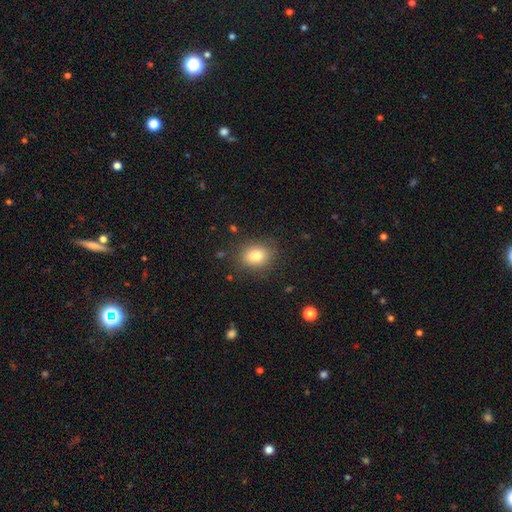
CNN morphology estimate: This appears to be a smooth galaxy with no disk features (81%) that is round (50%). Merging: none (82%).